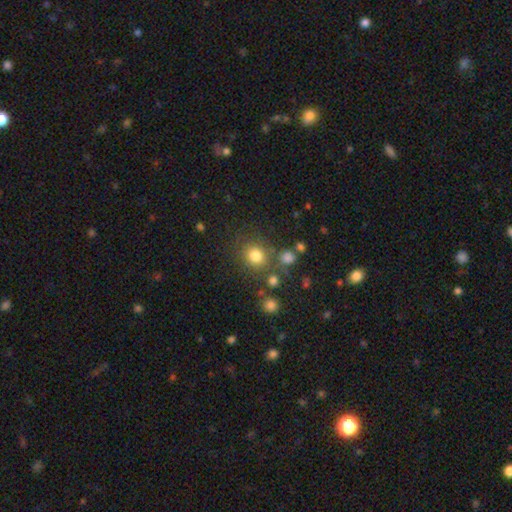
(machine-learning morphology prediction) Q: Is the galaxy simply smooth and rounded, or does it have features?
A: smooth — 79%.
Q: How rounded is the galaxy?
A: round — 83%.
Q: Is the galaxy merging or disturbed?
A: none — 74%.